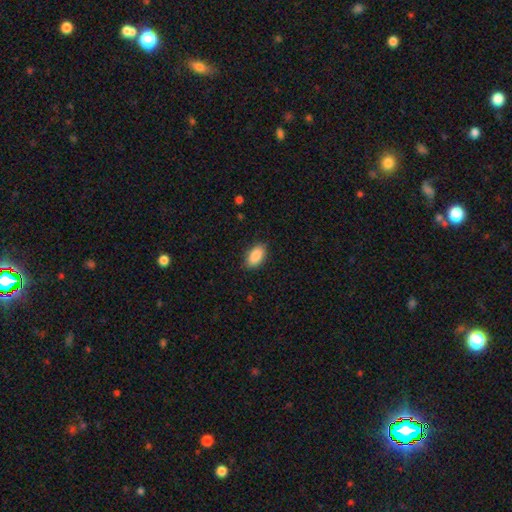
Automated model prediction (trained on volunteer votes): This is clearly a smooth galaxy (90%). How rounded: clearly in between (93%). Merging: clearly none (86%).